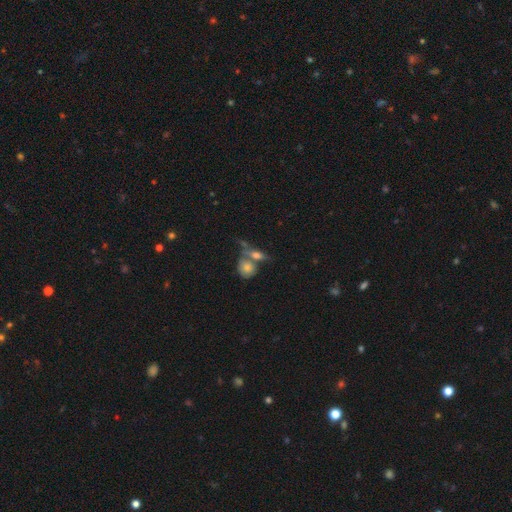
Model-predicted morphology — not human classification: smooth 50%, featured or disk 37%, star or artifact 13%. Down the decision tree: how rounded — in between (48%); merging — none (44%).